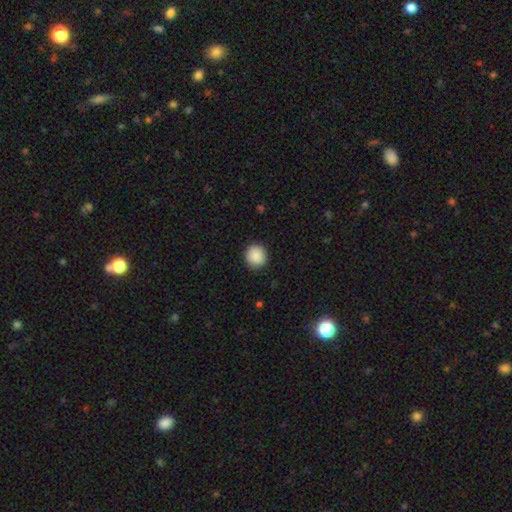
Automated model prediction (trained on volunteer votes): This is clearly a smooth galaxy (89%). How rounded: clearly round (90%). Merging: clearly none (91%).